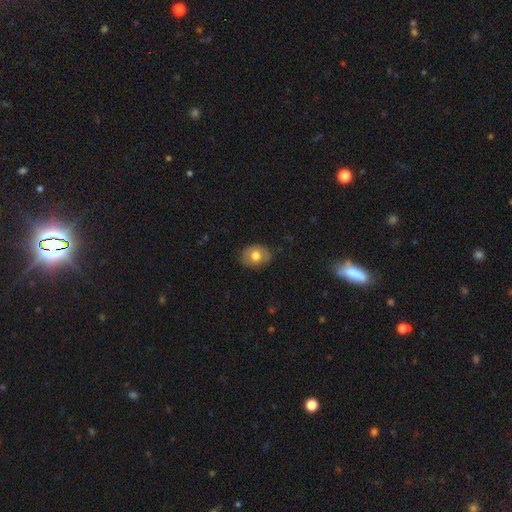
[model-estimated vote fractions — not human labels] The model was most divided on "how rounded": in between: 60%, round: 39%, cigar-shaped: 1%. More confident: merging — none (82%); smooth or featured — smooth (72%).